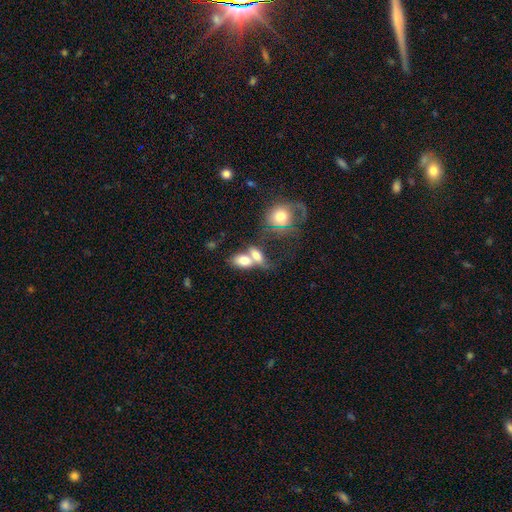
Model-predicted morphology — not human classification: Smooth or featured? smooth (72%)
How rounded? in between (81%)
Merging? merger (65%)